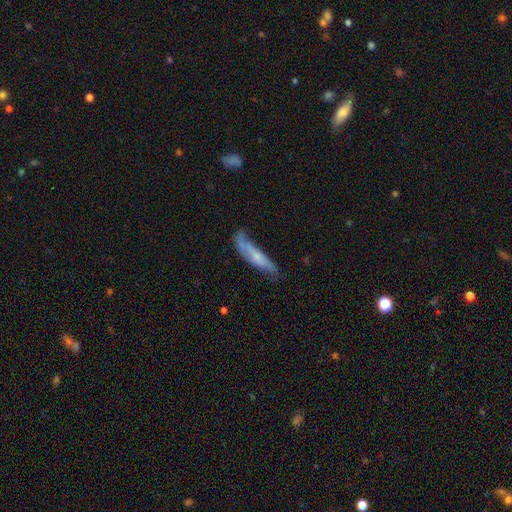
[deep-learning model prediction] A smooth galaxy with no disk features (48%). Merging: none (48%).